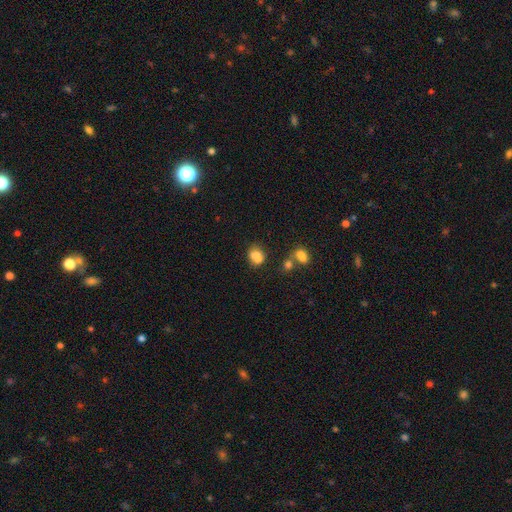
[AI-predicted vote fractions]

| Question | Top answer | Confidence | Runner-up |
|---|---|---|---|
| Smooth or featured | smooth | 81% | star or artifact (10%) |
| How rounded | round | 52% | in between (47%) |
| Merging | none | 53% | merger (21%) |